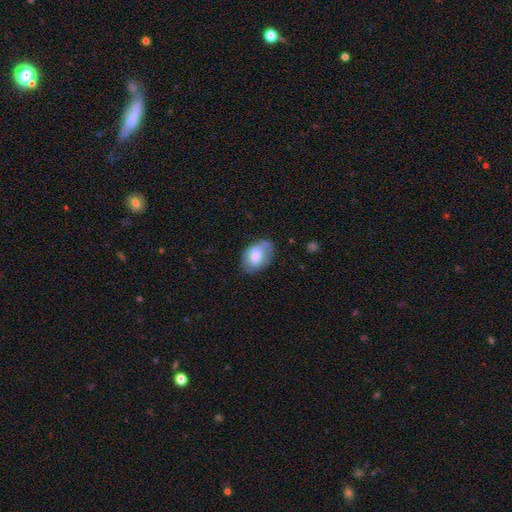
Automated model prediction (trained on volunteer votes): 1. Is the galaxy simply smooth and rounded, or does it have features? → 68% smooth, 25% featured or disk, 7% star or artifact.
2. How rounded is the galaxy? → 83% in between, 16% round, 1% cigar-shaped.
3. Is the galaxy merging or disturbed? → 57% none, 32% minor disturbance, 9% major disturbance, 2% merger.